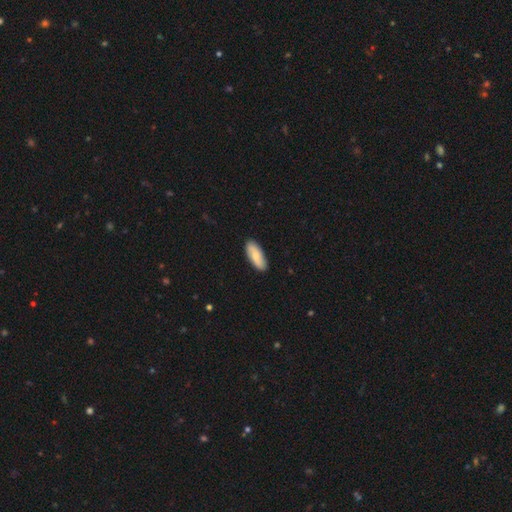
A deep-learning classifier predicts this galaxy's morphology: Smooth or featured? smooth (73%)
How rounded? in between (76%)
Merging? none (89%)